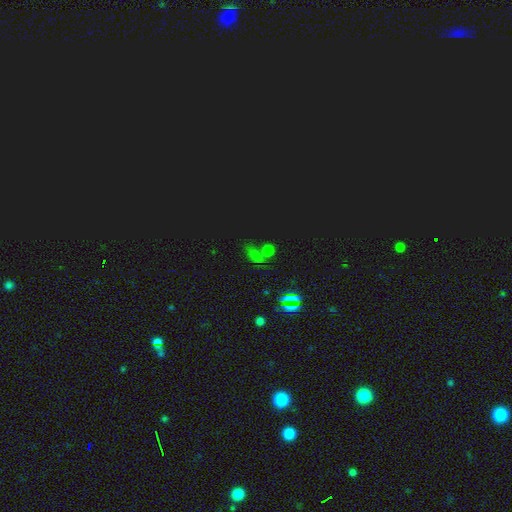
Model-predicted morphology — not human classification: Smooth or featured? Predicted: star or artifact (p=0.53).